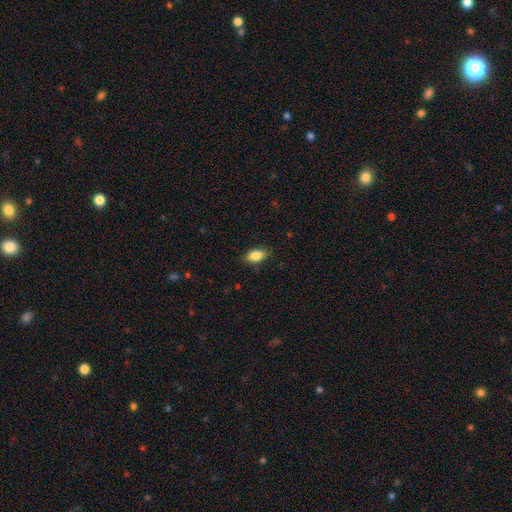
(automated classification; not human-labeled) smooth-or-featured: smooth: 84% | featured or disk: 8% | star or artifact: 8%
  how-rounded: in between: 88% | round: 7% | cigar-shaped: 5%
  merging: none: 85% | minor disturbance: 12% | major disturbance: 2% | merger: 1%